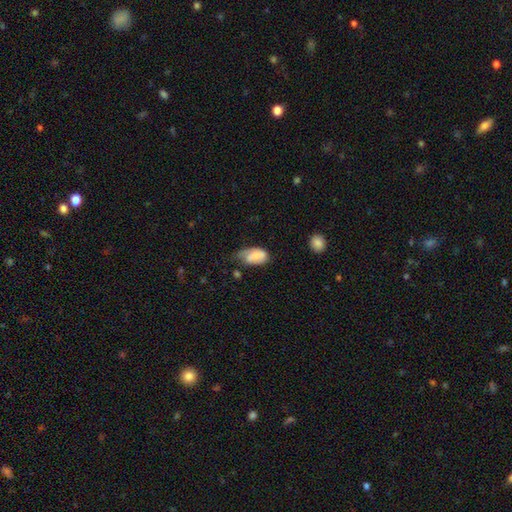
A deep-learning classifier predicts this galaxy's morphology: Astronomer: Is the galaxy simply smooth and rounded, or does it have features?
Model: smooth — 74%.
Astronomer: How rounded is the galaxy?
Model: in between — 92%.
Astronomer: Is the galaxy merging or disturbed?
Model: minor disturbance — 42% (runner-up: none, 29%).